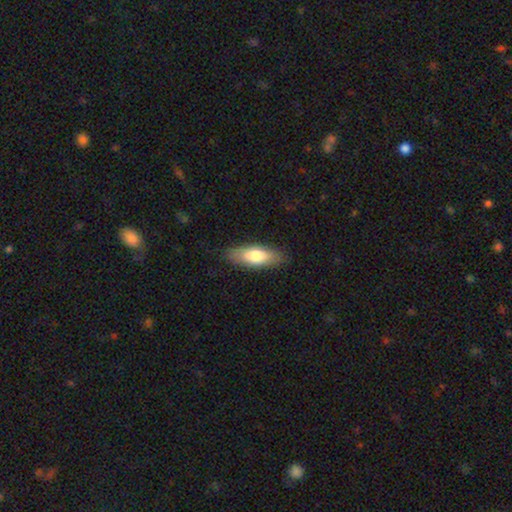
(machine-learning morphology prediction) This appears to be a smooth galaxy with no disk features (74%) that is in between round and cigar-shaped (67%). Merging: none (86%).